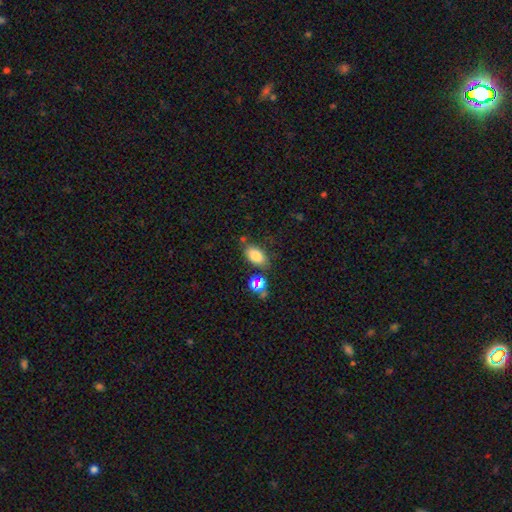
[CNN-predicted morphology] Smooth or featured? Predicted: smooth (p=0.80). How rounded? Predicted: in between (p=0.88). Merging? Predicted: none (p=0.70).